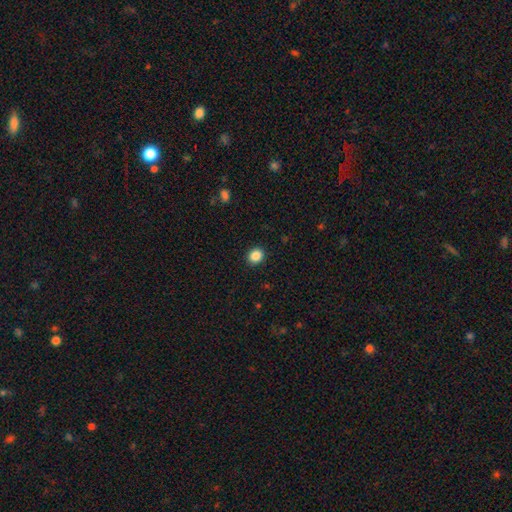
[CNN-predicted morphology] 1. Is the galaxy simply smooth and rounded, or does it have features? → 87% smooth, 10% star or artifact, 3% featured or disk.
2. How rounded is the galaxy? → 74% round, 25% in between, 1% cigar-shaped.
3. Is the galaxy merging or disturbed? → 91% none, 6% minor disturbance, 2% major disturbance, 1% merger.